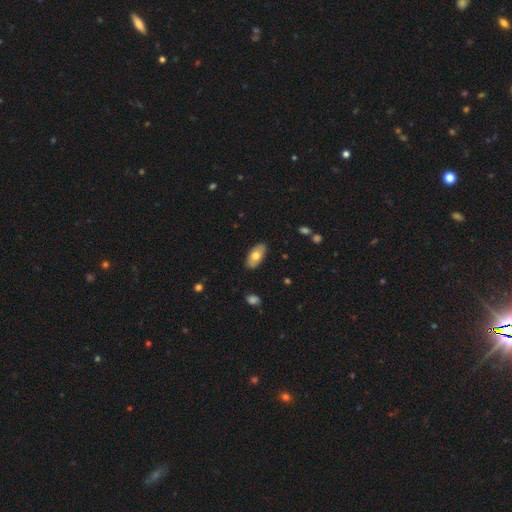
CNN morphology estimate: Overall: smooth (70%). How rounded: in between (92%). Merging: none (87%).